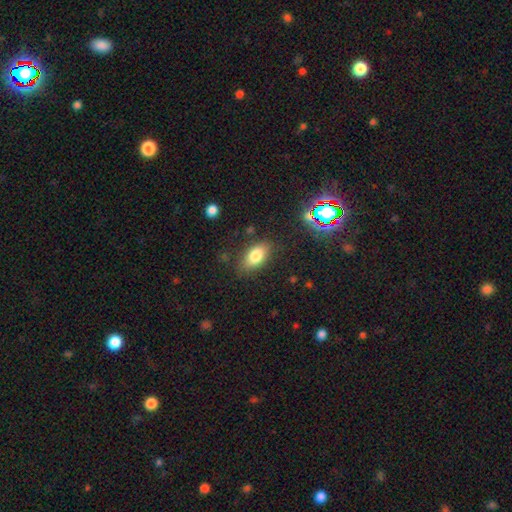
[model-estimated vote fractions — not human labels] Morphology: type=smooth (80%); roundness=in between (88%); merging=none (80%).